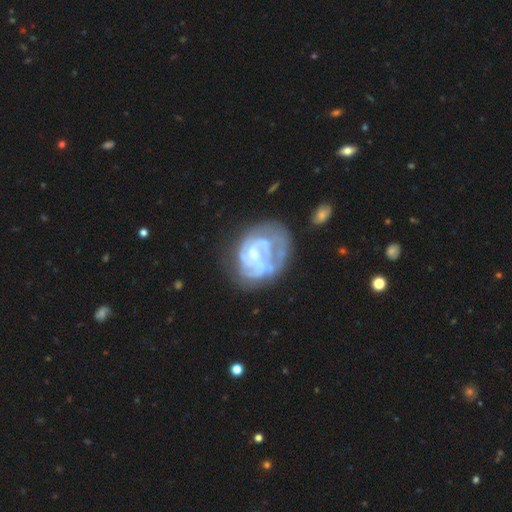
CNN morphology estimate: A featured or disk galaxy (80%) with no bar (54%), tight (51%) spiral arms (78%) and a small central bulge (42%). Merging: none (46%).